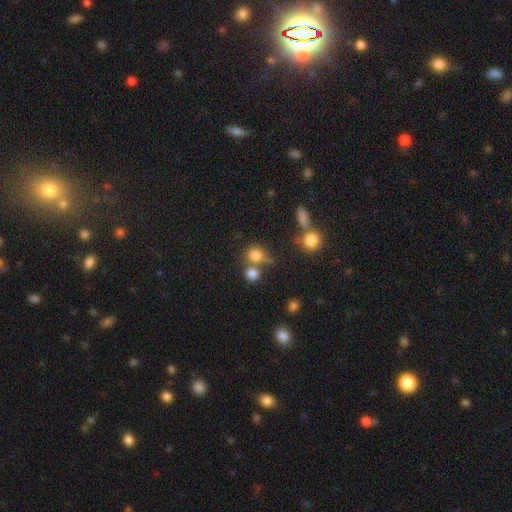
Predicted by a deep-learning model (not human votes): Overall: smooth (79%). How rounded: round (70%). Merging: none (48%; merger 33%).